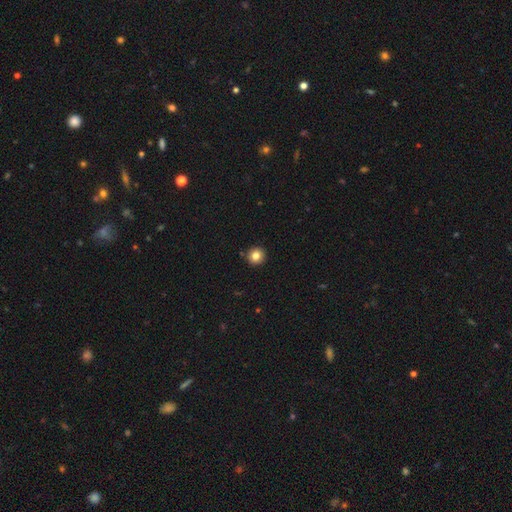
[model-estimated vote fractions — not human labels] The model was most divided on "smooth or featured": smooth: 82%, star or artifact: 11%, featured or disk: 7%. More confident: how rounded — round (95%); merging — none (92%).